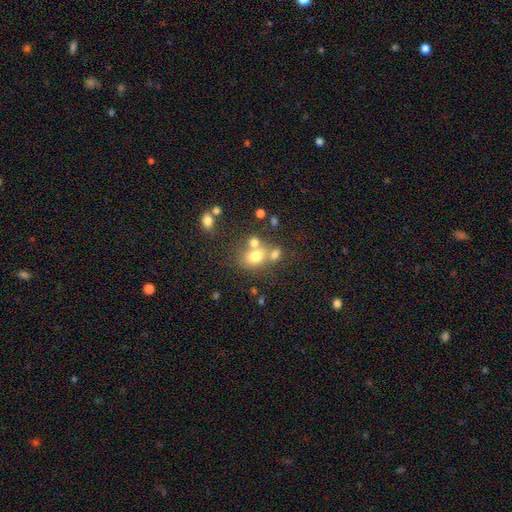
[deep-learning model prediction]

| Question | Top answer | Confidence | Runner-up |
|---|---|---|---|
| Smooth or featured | smooth | 69% | featured or disk (16%) |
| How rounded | round | 52% | in between (46%) |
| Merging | none | 44% | merger (38%) |